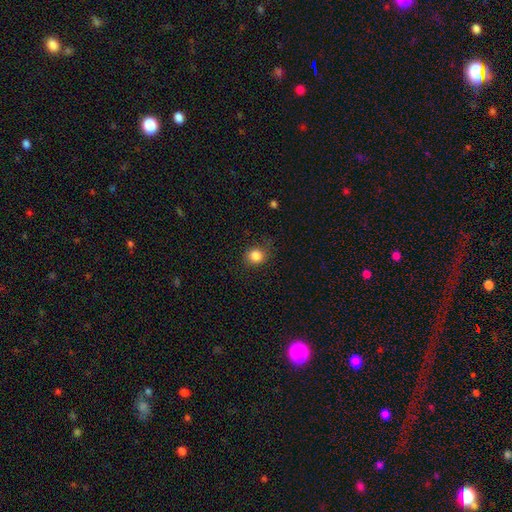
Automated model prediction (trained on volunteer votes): This appears to be a smooth galaxy with no disk features (85%) that is round (79%). Merging: none (77%).